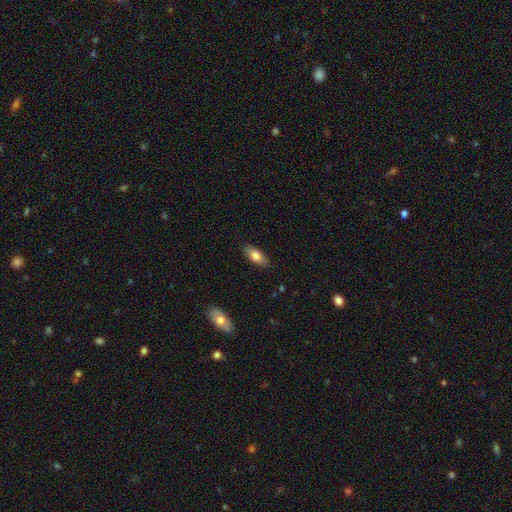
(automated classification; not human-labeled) smooth_or_featured: smooth (p=0.78) [alt: featured or disk p=0.16]
how_rounded: in between (p=0.84) [alt: cigar-shaped p=0.13]
merging: none (p=0.87) [alt: minor disturbance p=0.10]